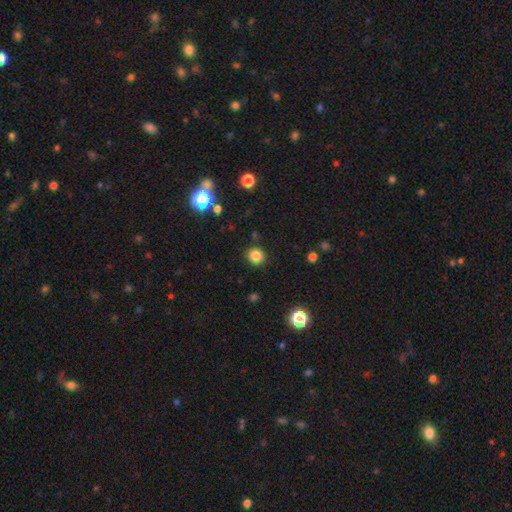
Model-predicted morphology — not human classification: Smooth or featured: smooth — 84% (star or artifact — 13%)
How rounded: round — 88% (in between — 12%)
Merging: none — 90% (minor disturbance — 6%)